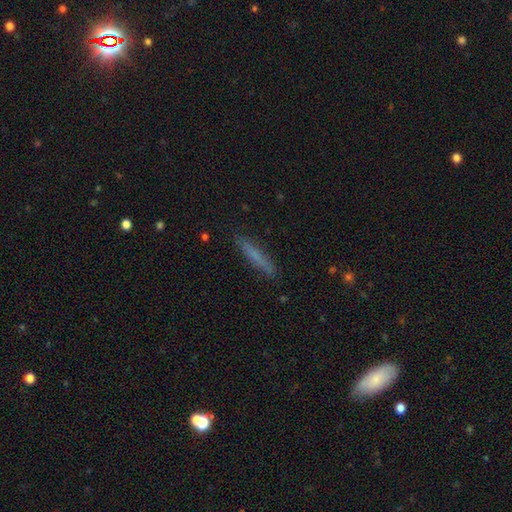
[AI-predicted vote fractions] Smooth or featured: smooth — 69% (featured or disk — 23%)
How rounded: cigar-shaped — 94% (in between — 5%)
Merging: none — 88% (minor disturbance — 9%)